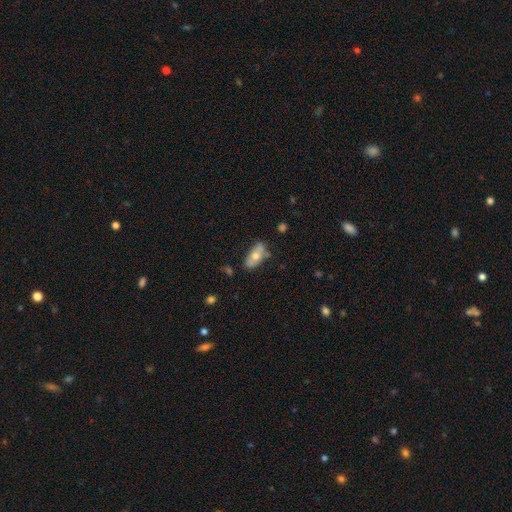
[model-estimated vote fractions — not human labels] This appears to be a smooth galaxy with no disk features (61%) that is in between round and cigar-shaped (88%). Merging: none (63%).